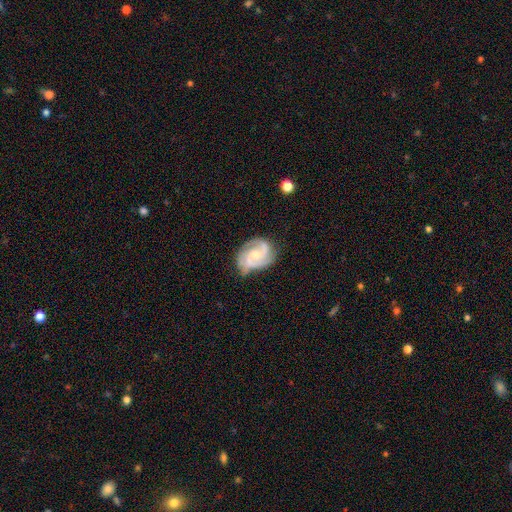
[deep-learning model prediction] This appears to be a featured or disk galaxy (87%) with no bar (57%), 2 (57%) medium (47%) spiral arms (97%) and a small central bulge (49%). Merging: none (67%).